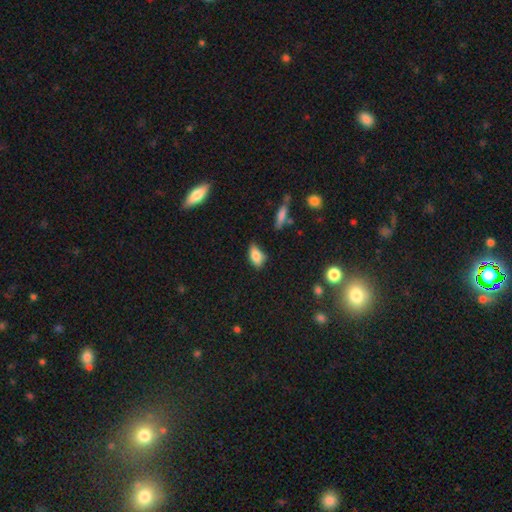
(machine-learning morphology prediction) This appears to be a smooth galaxy with no disk features (81%) that is in between round and cigar-shaped (88%). Merging: none (65%).